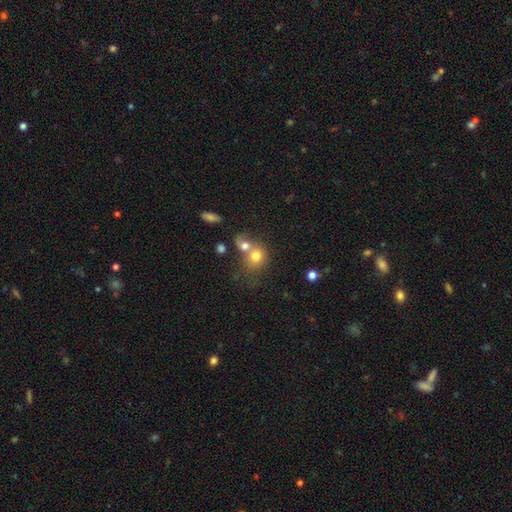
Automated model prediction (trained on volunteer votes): A smooth galaxy with no disk features (74%) that is round (69%). Merging: merger (58%).